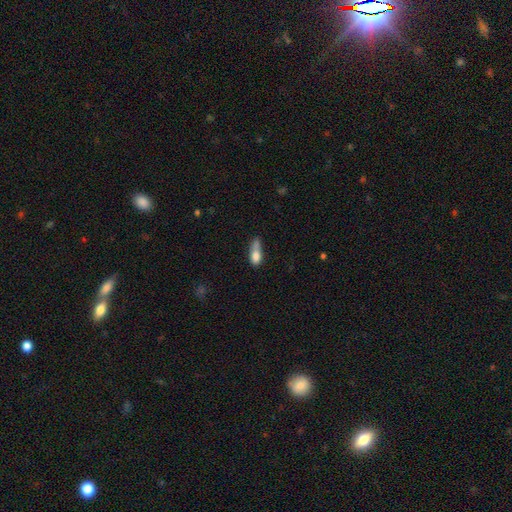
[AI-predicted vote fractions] smooth-or-featured: smooth: 75% | featured or disk: 16% | star or artifact: 9%
  how-rounded: in between: 71% | cigar-shaped: 23% | round: 7%
  merging: minor disturbance: 31% | none: 28% | merger: 22% | major disturbance: 19%